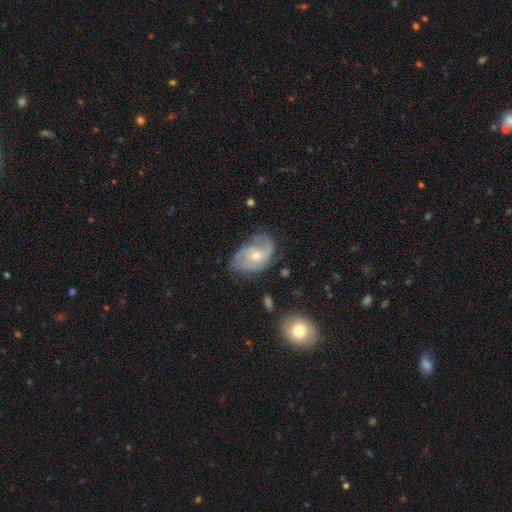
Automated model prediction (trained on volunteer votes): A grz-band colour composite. It shows a featured or disk galaxy (74%) with no bar (72%), 2 (45%) medium (43%) spiral arms (90%) and a small central bulge (50%). Merging: none (55%).